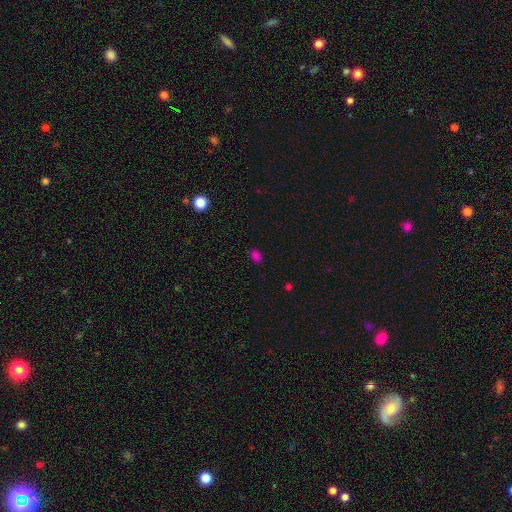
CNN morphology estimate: Smooth or featured? Predicted: smooth (p=0.76). How rounded? Predicted: in between (p=0.81). Merging? Predicted: none (p=0.85).